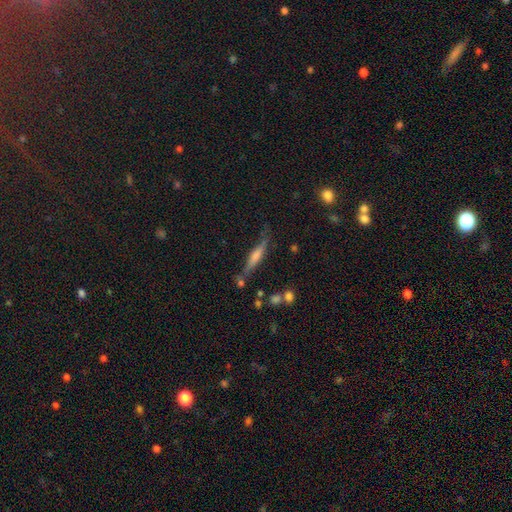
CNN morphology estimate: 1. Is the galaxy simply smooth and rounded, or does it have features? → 56% featured or disk, 35% smooth, 9% star or artifact.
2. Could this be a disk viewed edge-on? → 92% yes, 8% no.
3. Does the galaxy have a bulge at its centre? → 55% rounded, 23% boxy, 22% none.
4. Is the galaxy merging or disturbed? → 70% none, 19% minor disturbance, 6% major disturbance, 5% merger.